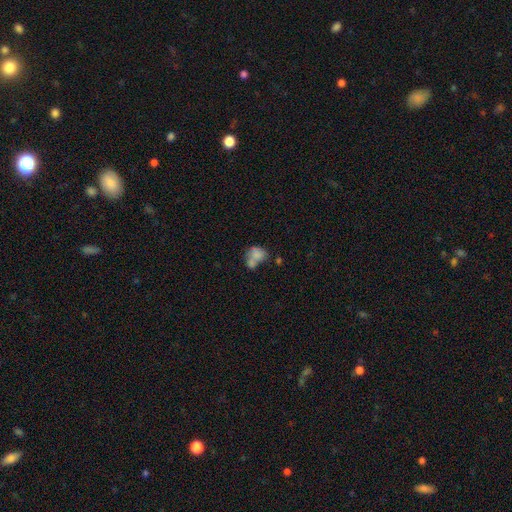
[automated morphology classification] Q: Smooth or featured?
A: smooth (70%); runner-up: featured or disk (20%)
Q: How rounded?
A: in between (58%); runner-up: round (40%)
Q: Merging?
A: merger (54%); runner-up: none (23%)